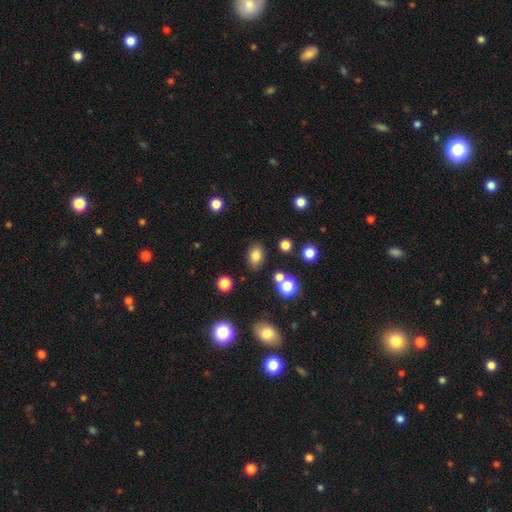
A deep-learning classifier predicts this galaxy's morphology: smooth_or_featured: smooth (p=0.80) [alt: star or artifact p=0.12]
how_rounded: in between (p=0.72) [alt: round p=0.27]
merging: none (p=0.80) [alt: minor disturbance p=0.11]